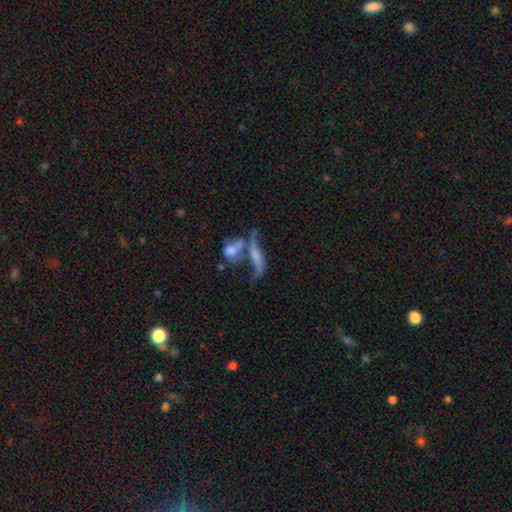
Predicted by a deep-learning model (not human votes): Smooth or featured? featured or disk (55%)
Edge-on disk? no (73%)
Merging? merger (55%)